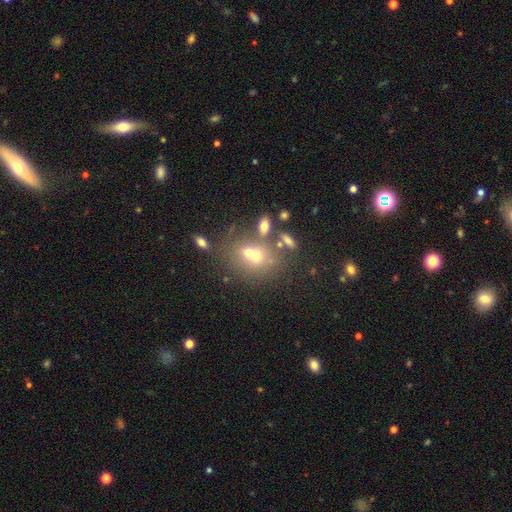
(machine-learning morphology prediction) A smooth galaxy with no disk features (57%) that is round (60%). Merging: merger (51%).